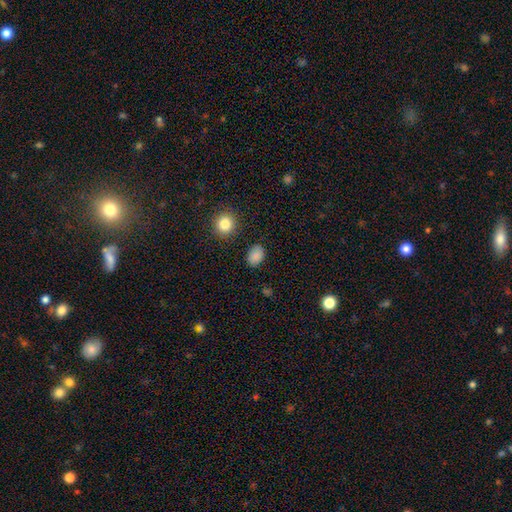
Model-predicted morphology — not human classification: smooth 87%, star or artifact 10%, featured or disk 3%. Down the decision tree: how rounded — in between (72%); merging — none (85%).